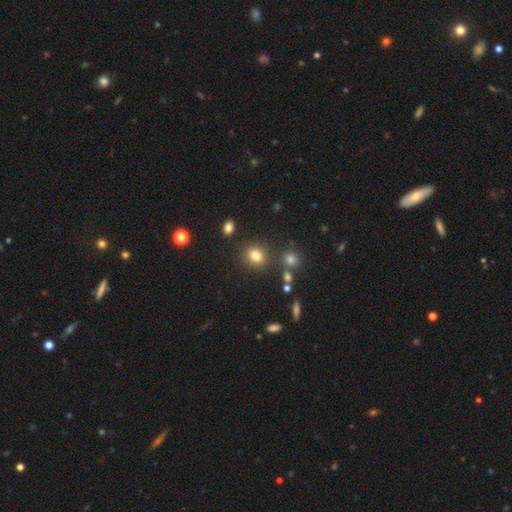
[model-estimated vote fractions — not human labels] smooth_or_featured: smooth (p=0.80) [alt: star or artifact p=0.13]
how_rounded: round (p=0.78) [alt: in between p=0.21]
merging: none (p=0.83) [alt: minor disturbance p=0.08]